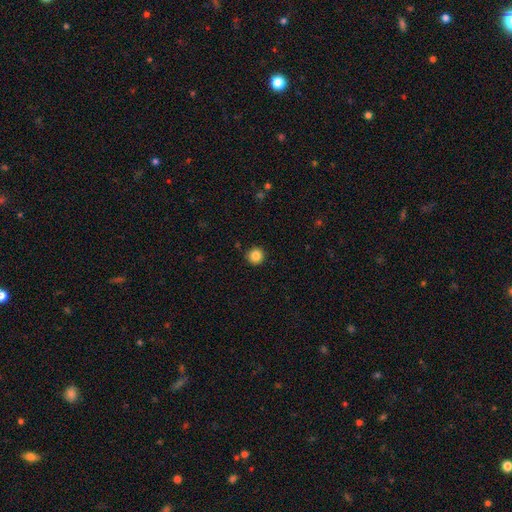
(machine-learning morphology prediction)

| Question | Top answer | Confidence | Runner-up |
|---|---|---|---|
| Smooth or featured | smooth | 85% | star or artifact (10%) |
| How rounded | round | 95% | in between (4%) |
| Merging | none | 91% | minor disturbance (6%) |